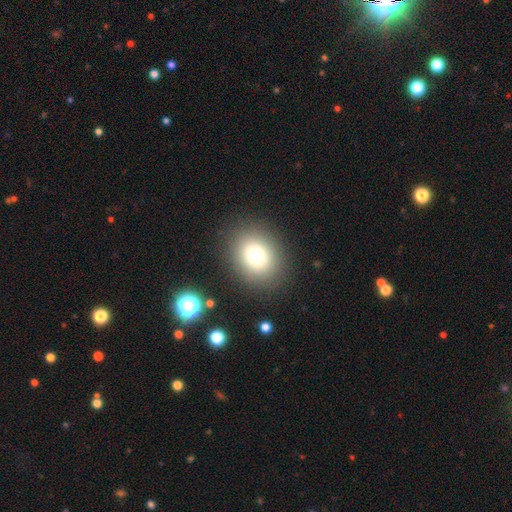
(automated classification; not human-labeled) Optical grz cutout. It shows a smooth galaxy with no disk features (72%) that is round (61%). Merging: none (86%).